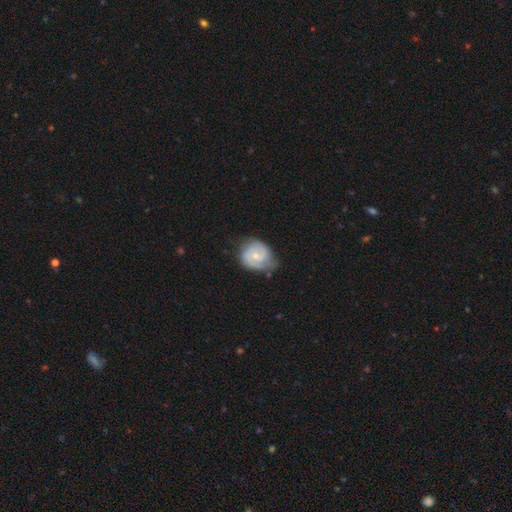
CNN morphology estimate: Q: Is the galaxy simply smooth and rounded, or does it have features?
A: featured or disk — 69%.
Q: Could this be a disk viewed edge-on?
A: no — 98%.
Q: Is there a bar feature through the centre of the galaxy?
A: no — 58%.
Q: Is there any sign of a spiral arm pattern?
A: yes — 91%.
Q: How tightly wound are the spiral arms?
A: tight — 50%.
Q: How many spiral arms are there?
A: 2 — 66%.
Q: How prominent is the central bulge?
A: small — 54%.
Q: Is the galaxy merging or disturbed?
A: none — 57%.